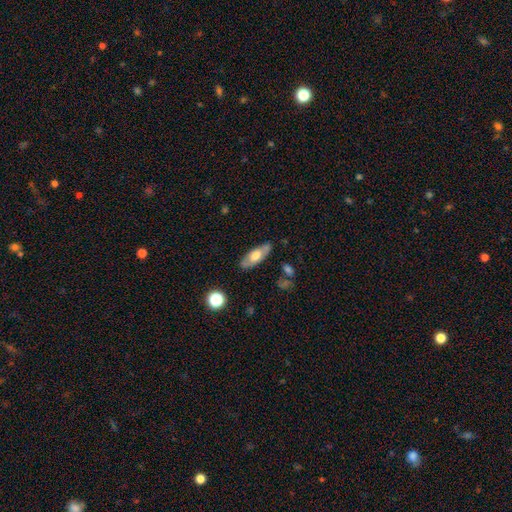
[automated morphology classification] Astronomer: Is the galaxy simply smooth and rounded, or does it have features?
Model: smooth — 56% (runner-up: featured or disk, 38%).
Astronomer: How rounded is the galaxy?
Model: in between — 74%.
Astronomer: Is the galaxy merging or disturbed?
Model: none — 78%.